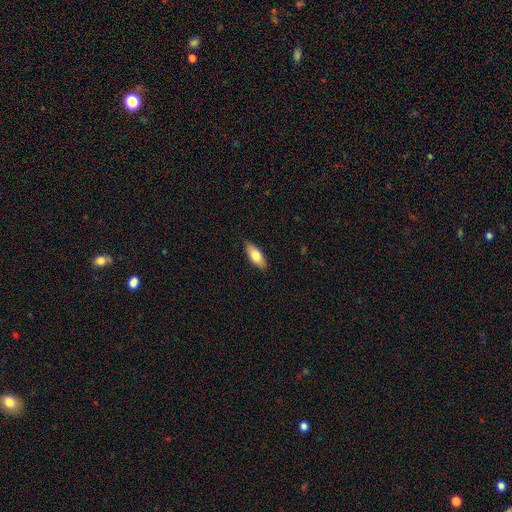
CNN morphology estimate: The model was most divided on "how rounded": in between: 76%, cigar-shaped: 22%, round: 2%. More confident: merging — none (87%); smooth or featured — smooth (76%).